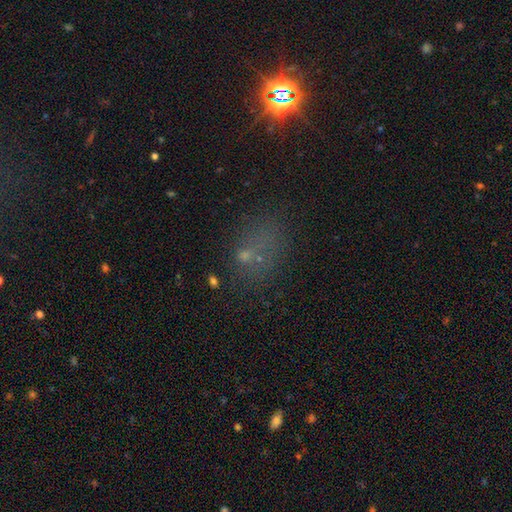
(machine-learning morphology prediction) smooth-or-featured: star or artifact: 45% | smooth: 41% | featured or disk: 14%